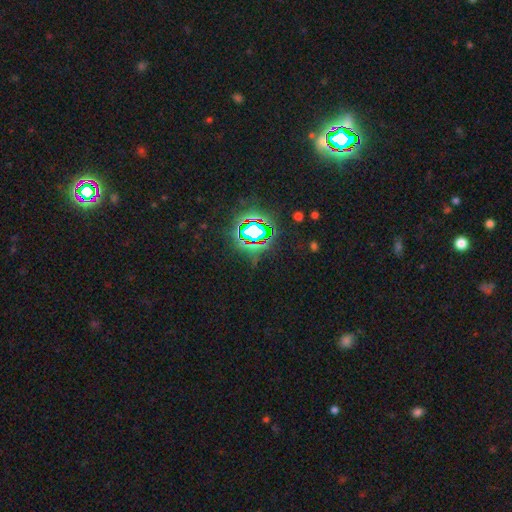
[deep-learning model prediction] A star or artifact, not a galaxy (82%).

Vote fractions:
- Smooth or featured? star or artifact: 82% / smooth: 11% / featured or disk: 7%